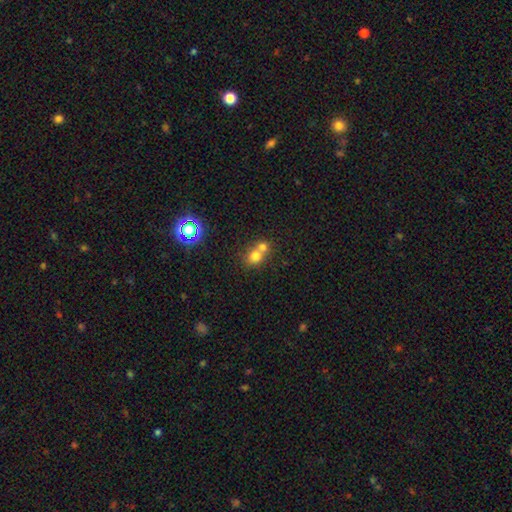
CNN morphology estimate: type=smooth (73%); roundness=round (76%); merging=merger (58%).